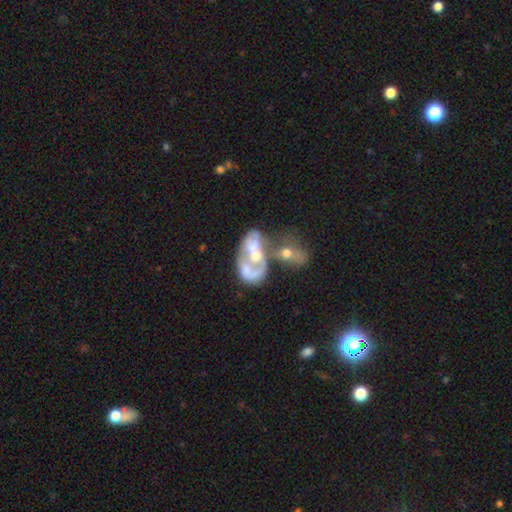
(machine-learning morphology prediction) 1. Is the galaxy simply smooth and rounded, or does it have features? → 65% featured or disk, 25% smooth, 10% star or artifact.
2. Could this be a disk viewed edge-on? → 97% no, 3% yes.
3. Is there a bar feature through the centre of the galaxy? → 83% no, 13% weak, 4% strong.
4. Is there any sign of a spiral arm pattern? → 67% no, 33% yes.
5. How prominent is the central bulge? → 53% moderate, 20% small, 16% none, 8% large, 2% dominant.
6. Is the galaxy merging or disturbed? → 73% merger, 12% major disturbance, 9% none, 6% minor disturbance.